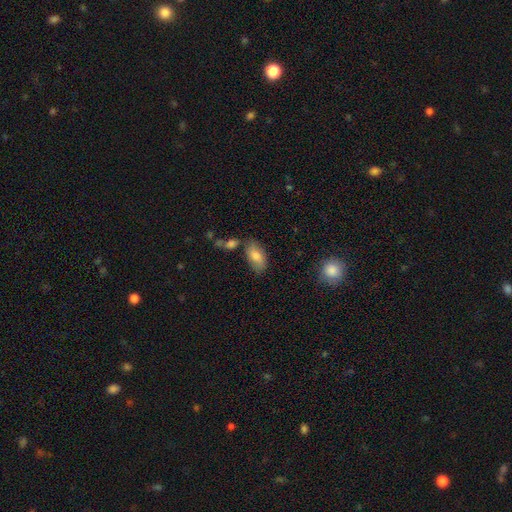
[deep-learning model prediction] The model was most divided on "merging": none: 68%, minor disturbance: 18%, merger: 9%, major disturbance: 4%. More confident: how rounded — in between (92%); smooth or featured — smooth (80%).